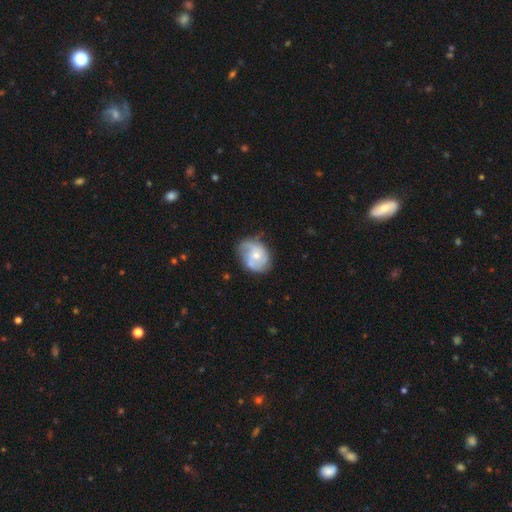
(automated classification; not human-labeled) Smooth or featured: featured or disk — 69% (smooth — 25%)
Edge-on disk: no — 97% (yes — 3%)
Bar: no — 68% (weak — 28%)
Spiral arms: yes — 88% (no — 12%)
Spiral winding: medium — 44% (loose — 28%)
Spiral arm count: 2 — 60% (can't tell — 16%)
Bulge size: moderate — 48% (small — 47%)
Merging: none — 60% (minor disturbance — 27%)